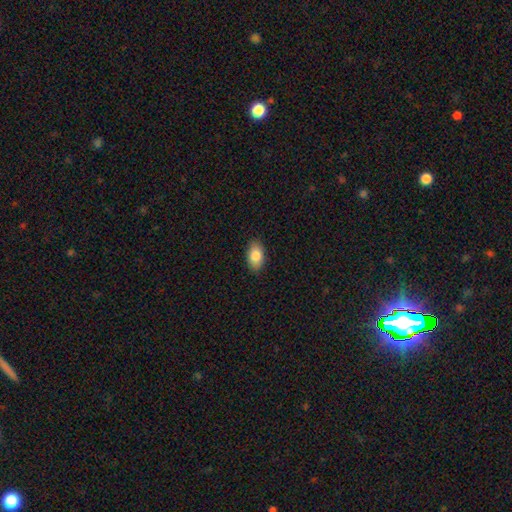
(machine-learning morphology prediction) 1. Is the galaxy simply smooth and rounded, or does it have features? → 85% smooth, 8% featured or disk, 7% star or artifact.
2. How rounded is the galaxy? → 92% in between, 6% round, 2% cigar-shaped.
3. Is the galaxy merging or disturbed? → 89% none, 9% minor disturbance, 2% major disturbance, 1% merger.